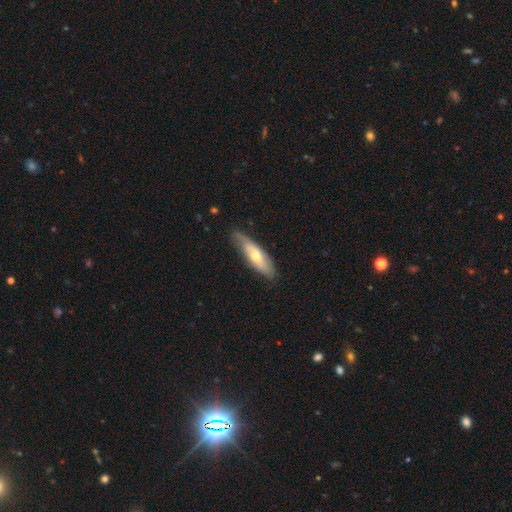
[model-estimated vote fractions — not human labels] The model was most divided on "smooth or featured": smooth: 50%, featured or disk: 44%, star or artifact: 6%. More confident: merging — none (73%); how rounded — cigar-shaped (55%).